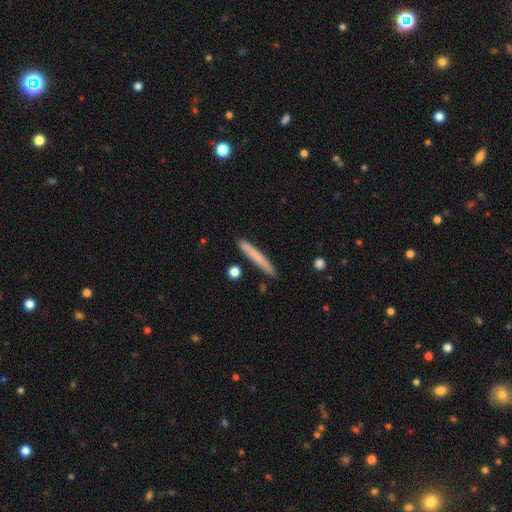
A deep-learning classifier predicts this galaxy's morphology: Smooth or featured?
  - smooth: 71% *
  - featured or disk: 22%
  - star or artifact: 6%
How rounded?
  - cigar-shaped: 97% *
  - in between: 2%
  - round: 1%
Merging?
  - none: 88% *
  - minor disturbance: 8%
  - merger: 2%
  - major disturbance: 2%